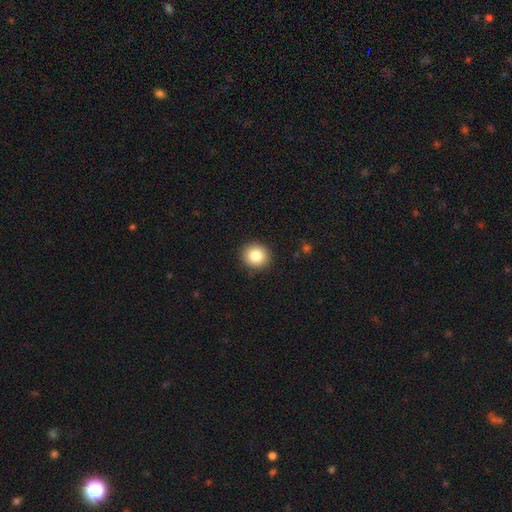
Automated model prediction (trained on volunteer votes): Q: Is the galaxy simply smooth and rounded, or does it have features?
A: smooth — 83%.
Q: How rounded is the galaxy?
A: round — 90%.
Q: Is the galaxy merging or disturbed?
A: none — 91%.